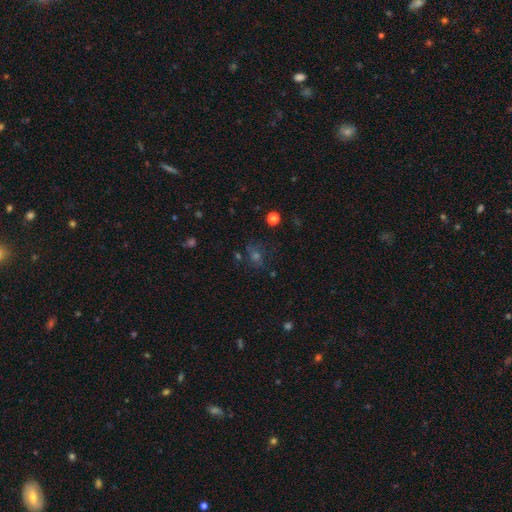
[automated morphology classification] type=star or artifact (43%).